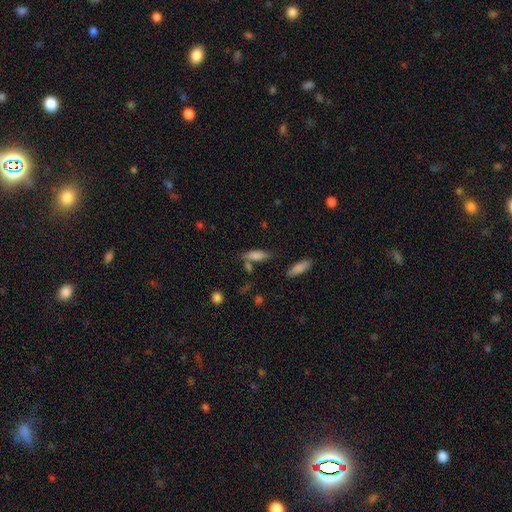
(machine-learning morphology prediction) The model was most divided on "how rounded": in between: 50%, cigar-shaped: 48%, round: 2%. More confident: smooth or featured — smooth (78%); merging — none (64%).